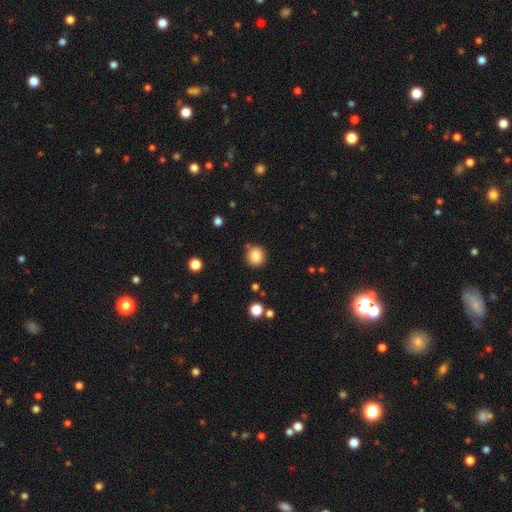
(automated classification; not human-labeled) smooth-or-featured: smooth: 85% | star or artifact: 10% | featured or disk: 5%
  how-rounded: round: 86% | in between: 13% | cigar-shaped: 1%
  merging: none: 84% | minor disturbance: 10% | merger: 4% | major disturbance: 3%